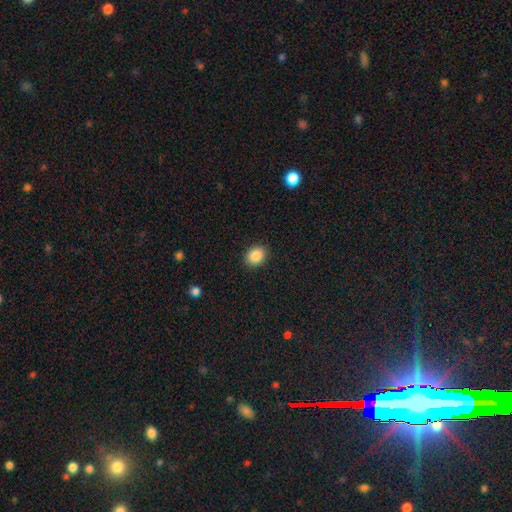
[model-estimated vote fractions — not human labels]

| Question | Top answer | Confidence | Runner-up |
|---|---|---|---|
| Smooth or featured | smooth | 87% | star or artifact (9%) |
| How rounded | in between | 50% | round (49%) |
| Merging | none | 90% | minor disturbance (7%) |